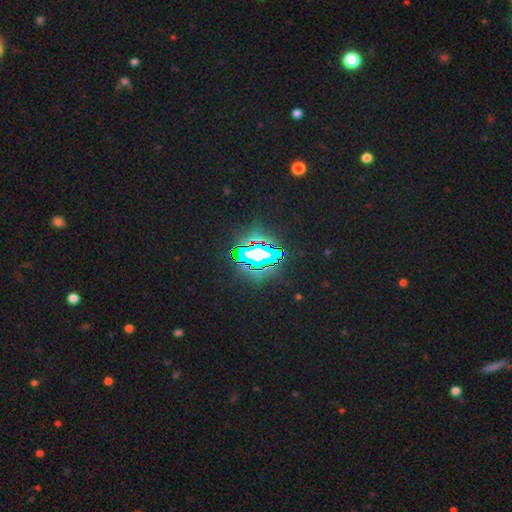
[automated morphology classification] Smooth or featured? Predicted: star or artifact (p=0.76).